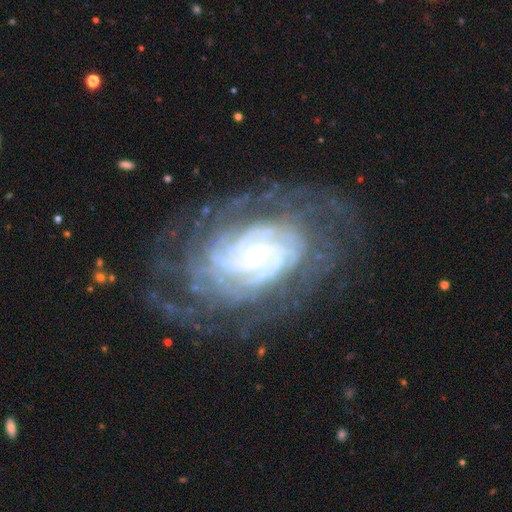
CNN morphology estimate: Smooth or featured?
  - featured or disk: 90% *
  - star or artifact: 6%
  - smooth: 4%
Edge-on disk?
  - no: 96% *
  - yes: 4%
Bar?
  - no: 64% *
  - weak: 26%
  - strong: 10%
Spiral arms?
  - yes: 97% *
  - no: 3%
Spiral winding?
  - tight: 77% *
  - medium: 19%
  - loose: 4%
Spiral arm count?
  - can't tell: 32% *
  - 2: 18%
  - more than 4: 15%
  - 4: 14%
  - 3: 14%
  - 1: 7%
Bulge size?
  - moderate: 47% *
  - small: 45%
  - large: 5%
  - none: 2%
  - dominant: 1%
Merging?
  - none: 70% *
  - minor disturbance: 17%
  - major disturbance: 11%
  - merger: 2%